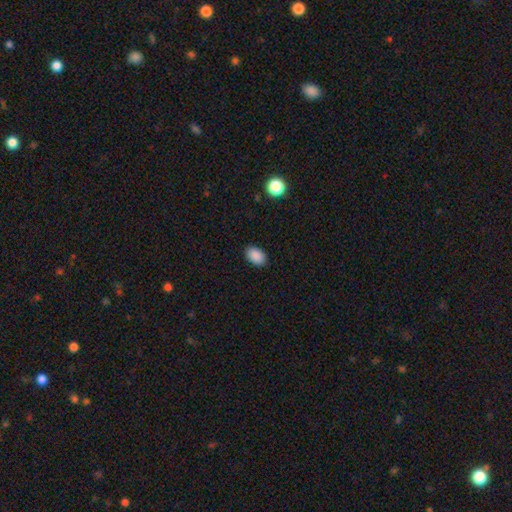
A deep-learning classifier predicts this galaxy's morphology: type=smooth (89%); roundness=in between (85%); merging=none (89%).